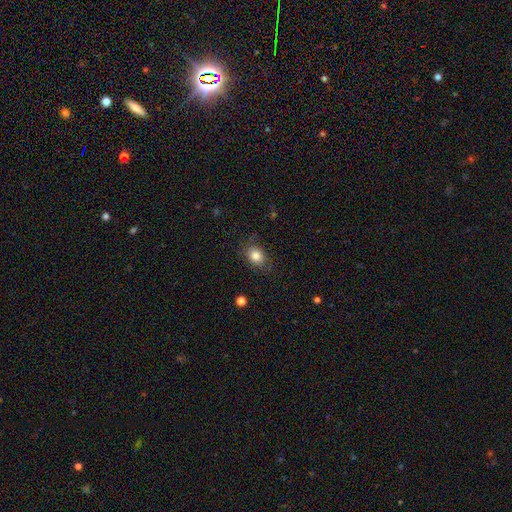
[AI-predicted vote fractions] Overall: smooth (83%). How rounded: in between (56%; round 43%). Merging: none (77%).